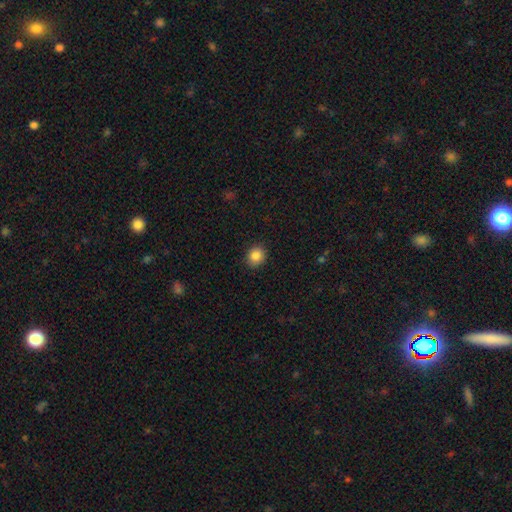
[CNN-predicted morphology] Smooth or featured?
  - smooth: 86% *
  - star or artifact: 9%
  - featured or disk: 5%
How rounded?
  - round: 75% *
  - in between: 24%
  - cigar-shaped: 1%
Merging?
  - none: 90% *
  - minor disturbance: 7%
  - major disturbance: 2%
  - merger: 1%